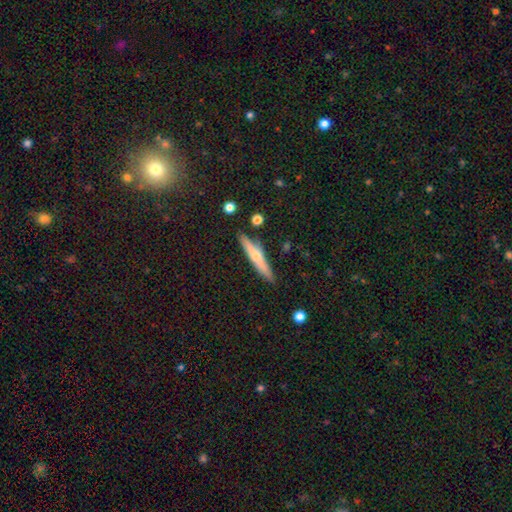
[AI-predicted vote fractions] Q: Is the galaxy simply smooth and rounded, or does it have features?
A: featured or disk — 50%.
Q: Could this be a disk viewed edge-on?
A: yes — 94%.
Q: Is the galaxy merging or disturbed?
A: none — 87%.